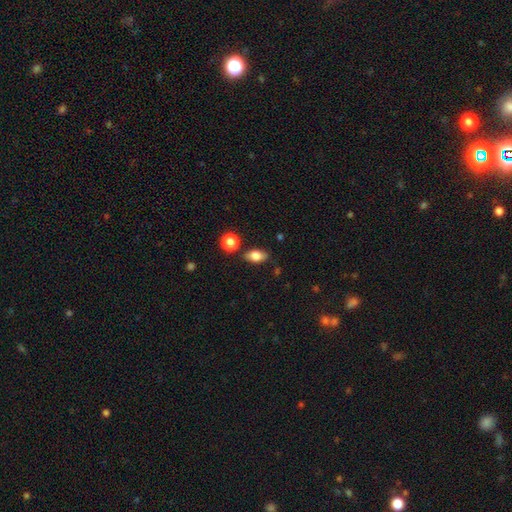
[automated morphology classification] Smooth or featured? Predicted: smooth (p=0.80). How rounded? Predicted: in between (p=0.86). Merging? Predicted: none (p=0.82).